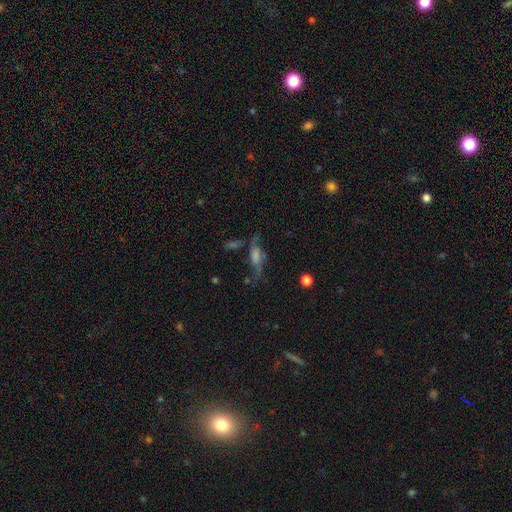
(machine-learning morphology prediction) This appears to be a featured or disk galaxy (56%). Merging: none (48%).